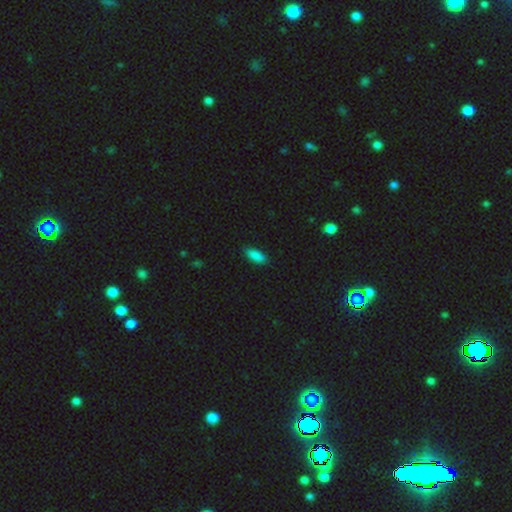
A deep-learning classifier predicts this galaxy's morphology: smooth 88%, star or artifact 8%, featured or disk 4%. Down the decision tree: how rounded — in between (77%); merging — none (87%).